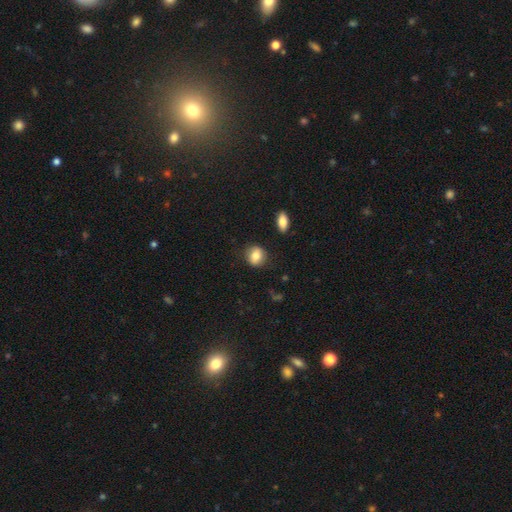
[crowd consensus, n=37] Smooth or featured? 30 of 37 (81%) said smooth. How rounded? 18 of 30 (60%) said round. Merging? 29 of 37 (78%) said none.